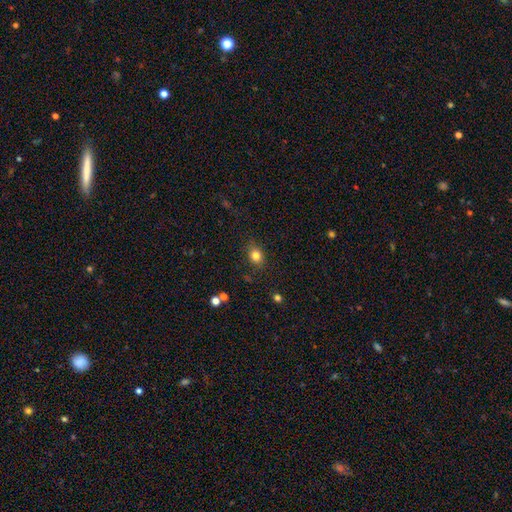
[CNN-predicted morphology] smooth-or-featured: smooth: 82% | star or artifact: 12% | featured or disk: 7%
  how-rounded: round: 54% | in between: 45% | cigar-shaped: 1%
  merging: none: 82% | minor disturbance: 13% | major disturbance: 3% | merger: 2%